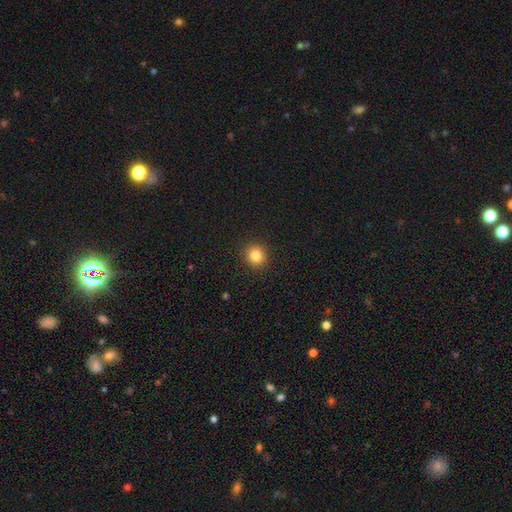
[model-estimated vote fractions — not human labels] This appears to be a smooth galaxy with no disk features (83%) that is round (90%). Merging: none (92%).